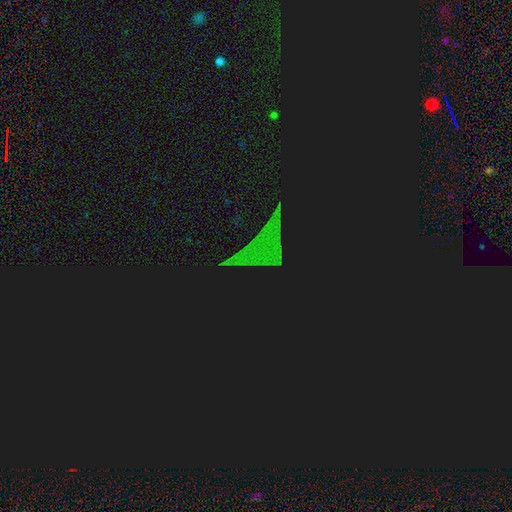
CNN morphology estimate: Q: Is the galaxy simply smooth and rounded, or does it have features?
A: star or artifact — 79%.